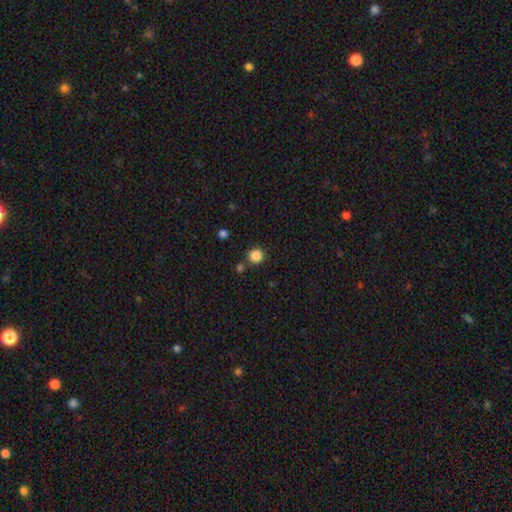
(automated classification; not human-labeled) Smooth or featured: smooth — 85% (star or artifact — 11%)
How rounded: round — 92% (in between — 7%)
Merging: none — 81% (merger — 9%)